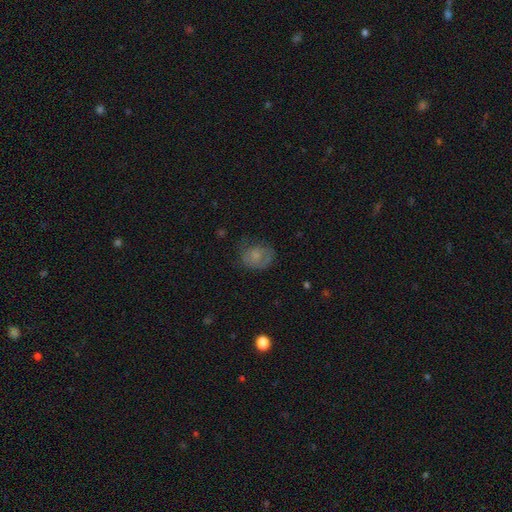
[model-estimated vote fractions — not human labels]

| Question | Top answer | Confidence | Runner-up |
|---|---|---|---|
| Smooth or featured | smooth | 58% | featured or disk (32%) |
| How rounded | round | 55% | in between (44%) |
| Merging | none | 55% | minor disturbance (27%) |